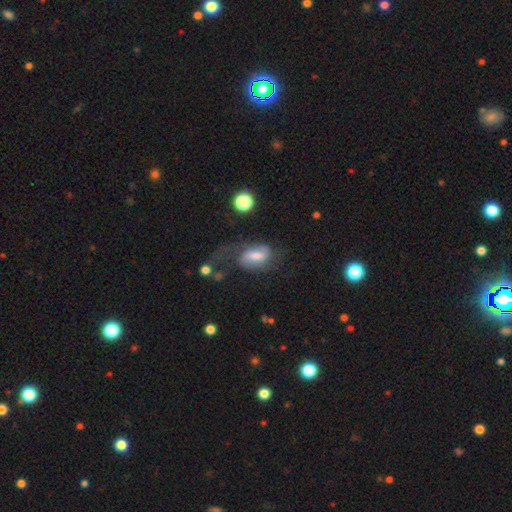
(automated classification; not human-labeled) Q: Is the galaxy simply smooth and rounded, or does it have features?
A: featured or disk — 60%.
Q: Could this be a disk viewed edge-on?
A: no — 93%.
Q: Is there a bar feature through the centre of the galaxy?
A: weak — 50%.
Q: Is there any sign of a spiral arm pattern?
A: yes — 85%.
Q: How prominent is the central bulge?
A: moderate — 48%.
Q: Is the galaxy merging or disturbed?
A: none — 40%.